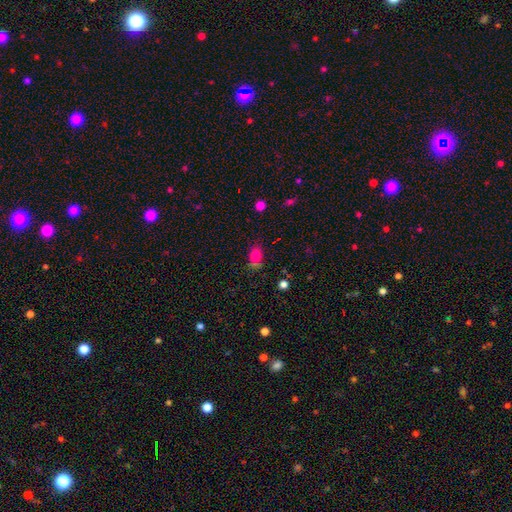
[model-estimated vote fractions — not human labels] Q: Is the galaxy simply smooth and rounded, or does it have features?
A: smooth — 78%.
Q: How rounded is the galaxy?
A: in between — 73%.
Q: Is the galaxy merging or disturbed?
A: none — 61%.